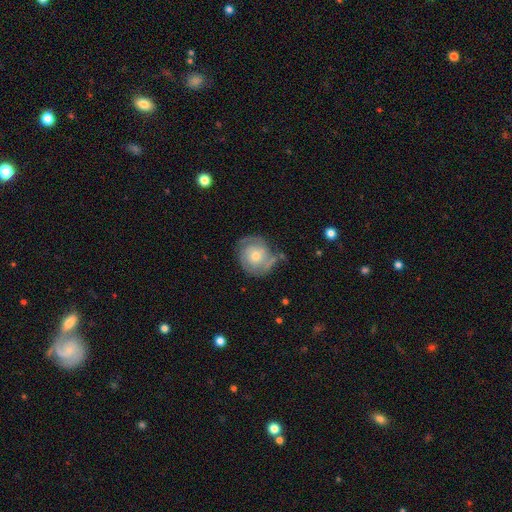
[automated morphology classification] type=featured or disk (75%); edge-on=no (98%); bar=no (76%); spiral arms=yes (90%); winding=tight (65%); arm count=2 (50%); bulge=moderate (52%); merging=none (62%).